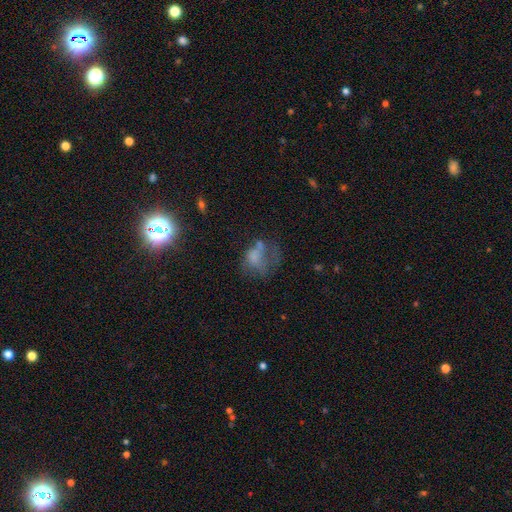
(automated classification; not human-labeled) smooth-or-featured: smooth: 50% | featured or disk: 33% | star or artifact: 17%
  how-rounded: in between: 60% | round: 39% | cigar-shaped: 2%
  merging: major disturbance: 42% | none: 26% | minor disturbance: 18% | merger: 15%